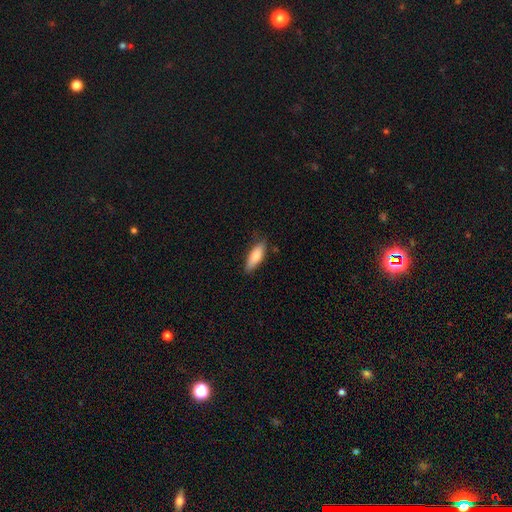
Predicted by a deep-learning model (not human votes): Smooth or featured? Predicted: smooth (p=0.78). How rounded? Predicted: in between (p=0.58). Merging? Predicted: none (p=0.78).